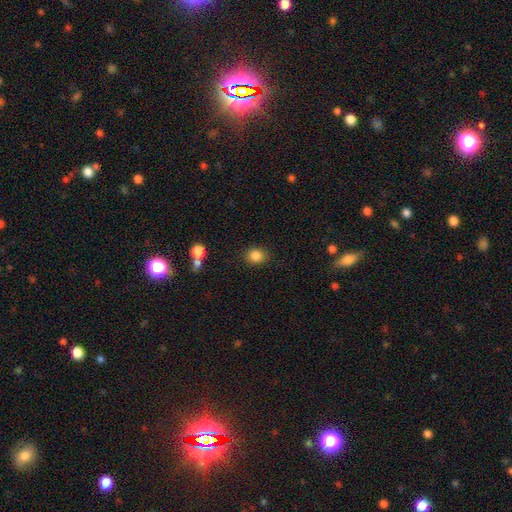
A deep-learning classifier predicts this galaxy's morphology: Smooth or featured?
  - smooth: 85% *
  - star or artifact: 11%
  - featured or disk: 4%
How rounded?
  - round: 74% *
  - in between: 25%
  - cigar-shaped: 1%
Merging?
  - none: 86% *
  - minor disturbance: 8%
  - major disturbance: 3%
  - merger: 2%